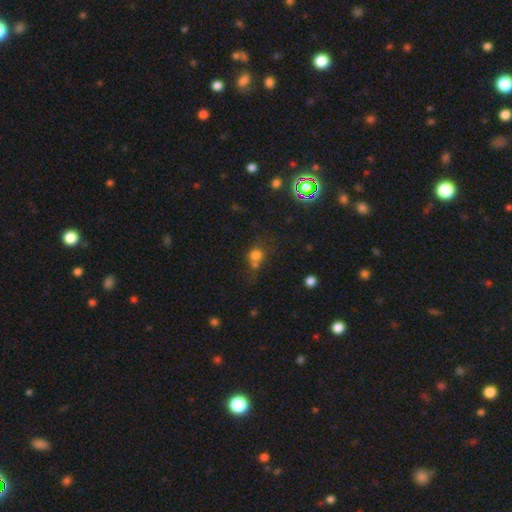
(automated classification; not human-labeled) A smooth galaxy with no disk features (72%) that is round (84%).

Vote fractions:
- Smooth or featured? smooth: 72% / star or artifact: 17% / featured or disk: 10%
- How rounded? round: 84% / in between: 15% / cigar-shaped: 1%
- Merging? none: 48% / merger: 34% / minor disturbance: 12% / major disturbance: 6%